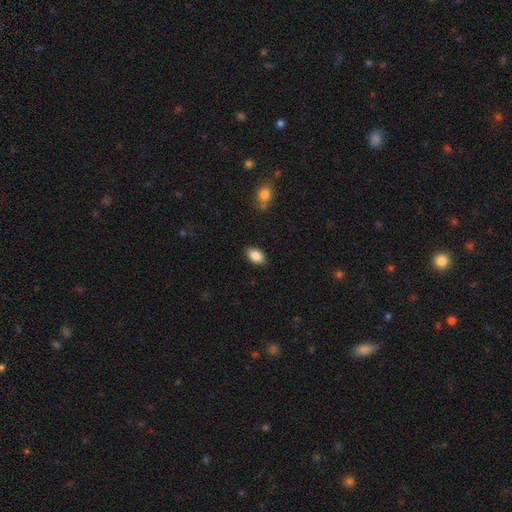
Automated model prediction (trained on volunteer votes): smooth-or-featured: smooth: 87% | star or artifact: 8% | featured or disk: 6%
  how-rounded: in between: 90% | round: 8% | cigar-shaped: 2%
  merging: none: 84% | minor disturbance: 12% | major disturbance: 2% | merger: 1%